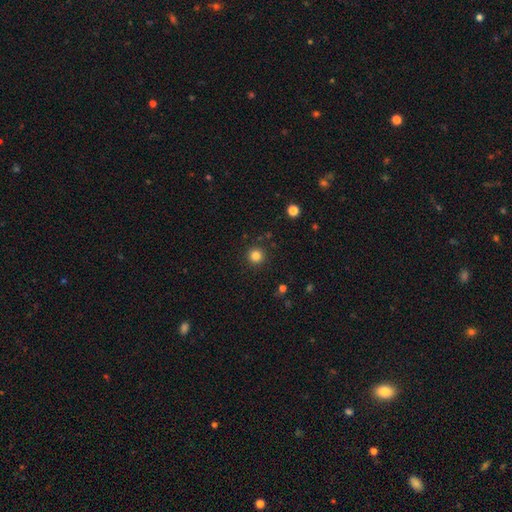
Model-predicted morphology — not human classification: Q: Smooth or featured?
A: smooth (83%); runner-up: star or artifact (12%)
Q: How rounded?
A: round (96%); runner-up: in between (4%)
Q: Merging?
A: none (91%); runner-up: minor disturbance (5%)